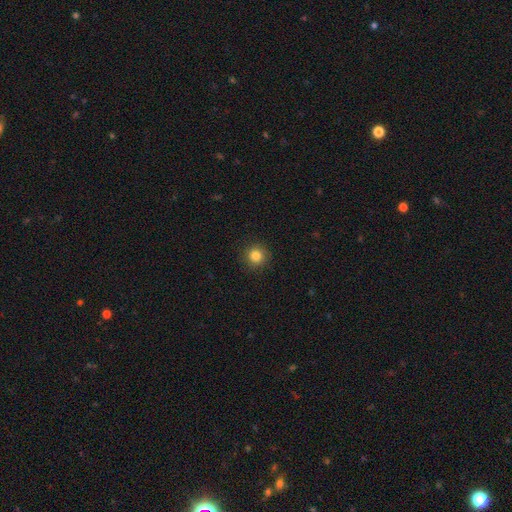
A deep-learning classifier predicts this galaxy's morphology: The model was most divided on "smooth or featured": smooth: 83%, star or artifact: 12%, featured or disk: 5%. More confident: how rounded — round (95%); merging — none (91%).